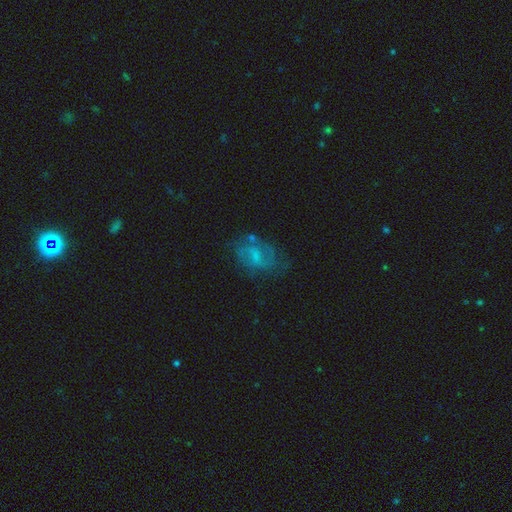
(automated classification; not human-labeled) featured or disk 65%, smooth 25%, star or artifact 10%. Down the decision tree: edge-on disk — no (97%); bar — weak (52%); spiral arms — yes (80%); spiral arm count — 2 (64%); spiral winding — medium (46%); bulge size — small (41%); merging — none (60%).